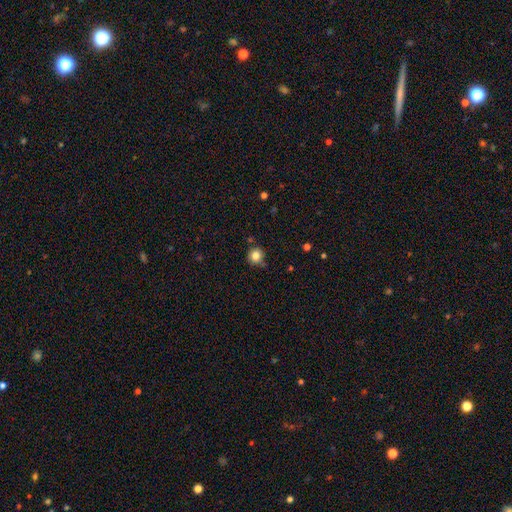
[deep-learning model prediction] Overall: smooth (81%). How rounded: round (89%). Merging: none (77%).